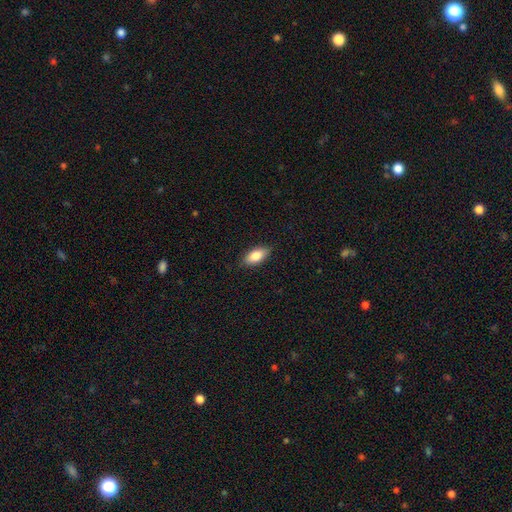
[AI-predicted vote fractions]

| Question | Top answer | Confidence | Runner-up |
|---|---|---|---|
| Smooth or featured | smooth | 82% | featured or disk (11%) |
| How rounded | in between | 88% | cigar-shaped (9%) |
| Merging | none | 86% | minor disturbance (11%) |